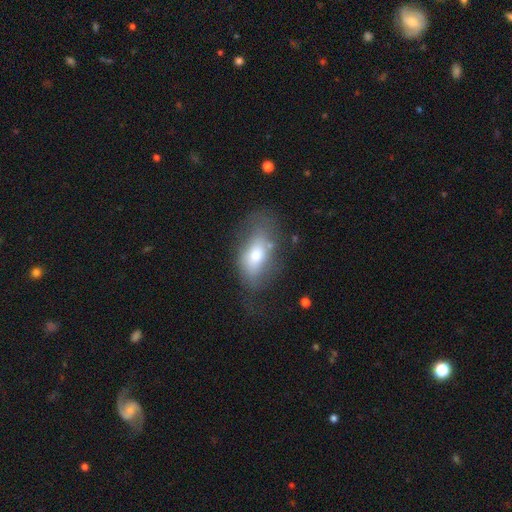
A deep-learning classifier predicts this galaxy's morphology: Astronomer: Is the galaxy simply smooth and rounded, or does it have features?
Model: smooth — 61%.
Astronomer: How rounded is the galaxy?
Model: in between — 88%.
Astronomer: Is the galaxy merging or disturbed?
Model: none — 45% (runner-up: minor disturbance, 29%).